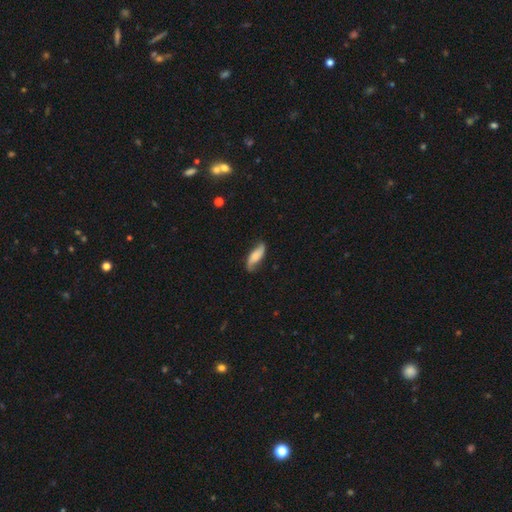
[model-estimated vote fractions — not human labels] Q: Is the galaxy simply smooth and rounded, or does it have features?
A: featured or disk — 50%.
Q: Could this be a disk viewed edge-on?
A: no — 85%.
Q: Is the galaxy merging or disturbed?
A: none — 73%.